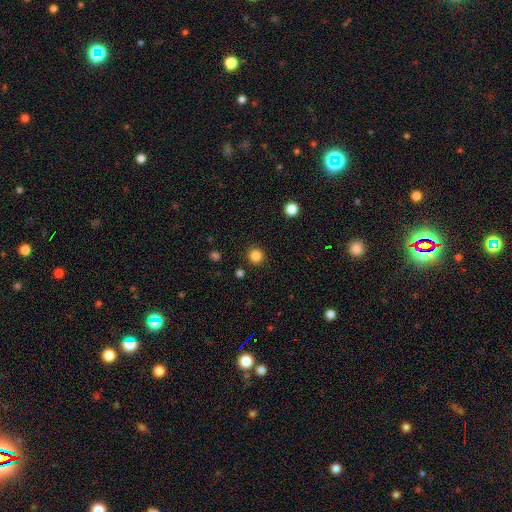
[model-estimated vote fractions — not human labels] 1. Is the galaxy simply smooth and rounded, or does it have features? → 84% smooth, 12% star or artifact, 4% featured or disk.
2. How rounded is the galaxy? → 96% round, 3% in between, 1% cigar-shaped.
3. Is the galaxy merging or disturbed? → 91% none, 5% minor disturbance, 2% major disturbance, 2% merger.